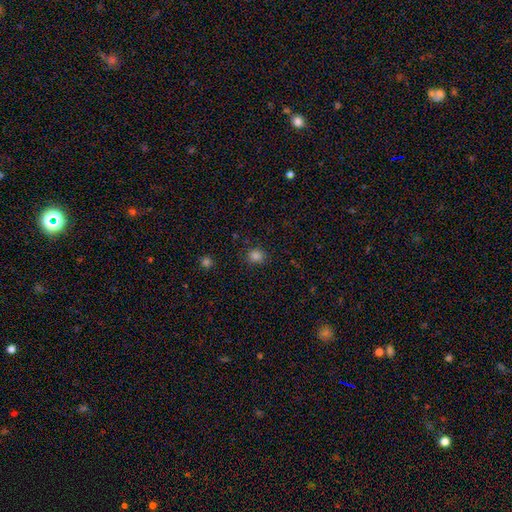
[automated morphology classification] This appears to be a smooth galaxy with no disk features (82%) that is round (78%). Merging: none (85%).